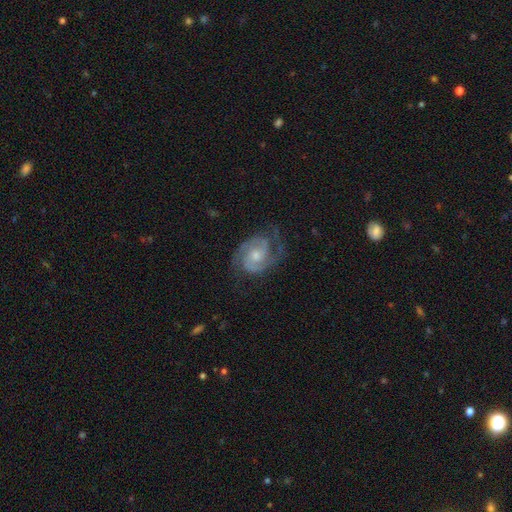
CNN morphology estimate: featured or disk 88%, smooth 7%, star or artifact 5%. Down the decision tree: edge-on disk — no (98%); bar — no (61%); spiral arms — yes (98%); spiral arm count — 2 (88%); spiral winding — medium (47%); bulge size — moderate (48%); merging — none (72%).